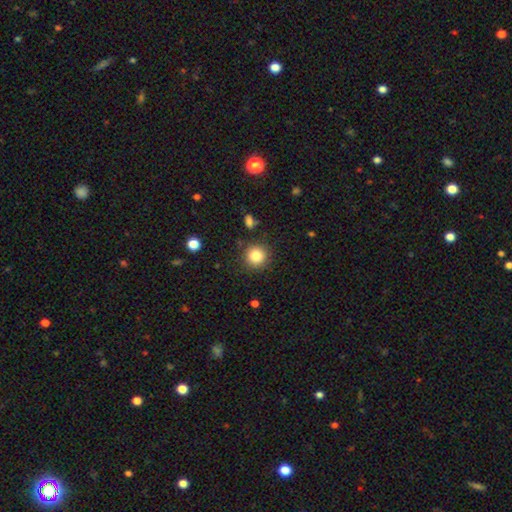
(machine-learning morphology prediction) A smooth galaxy with no disk features (85%) that is round (92%).

Vote fractions:
- Smooth or featured? smooth: 85% / star or artifact: 10% / featured or disk: 5%
- How rounded? round: 92% / in between: 7% / cigar-shaped: 1%
- Merging? none: 86% / minor disturbance: 9% / major disturbance: 3% / merger: 3%